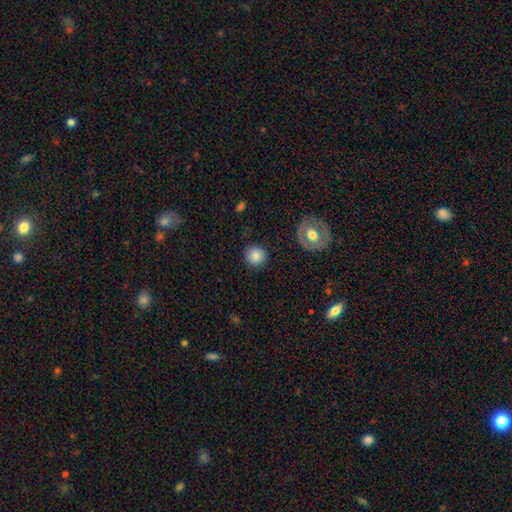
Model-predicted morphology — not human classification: Smooth or featured?
  - smooth: 81% *
  - featured or disk: 11%
  - star or artifact: 8%
How rounded?
  - round: 88% *
  - in between: 11%
  - cigar-shaped: 1%
Merging?
  - none: 83% *
  - minor disturbance: 12%
  - major disturbance: 4%
  - merger: 2%